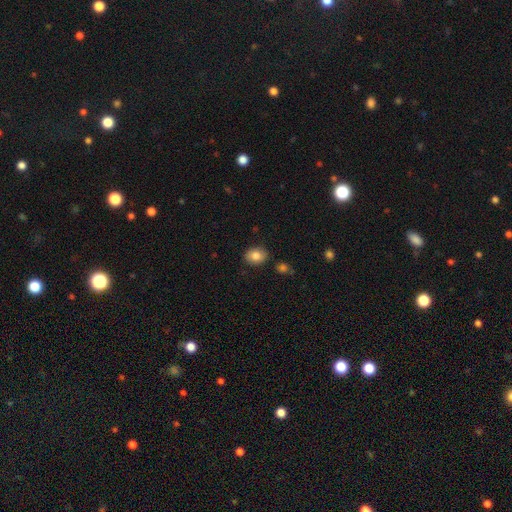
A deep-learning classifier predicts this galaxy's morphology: This is clearly a smooth galaxy (83%). How rounded: possibly in between (59%). Merging: clearly none (86%).